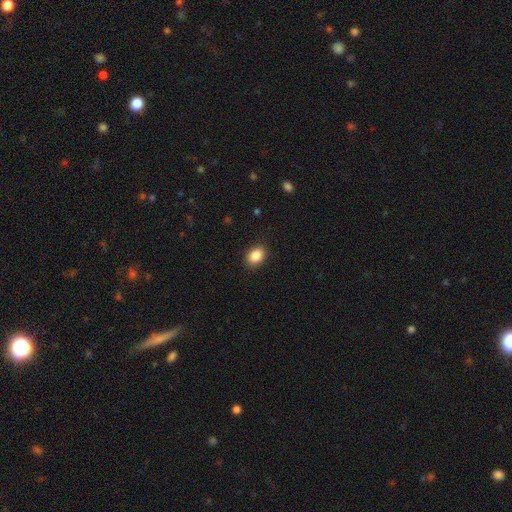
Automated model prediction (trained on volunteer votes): Smooth or featured? Predicted: smooth (p=0.87). How rounded? Predicted: in between (p=0.75). Merging? Predicted: none (p=0.89).